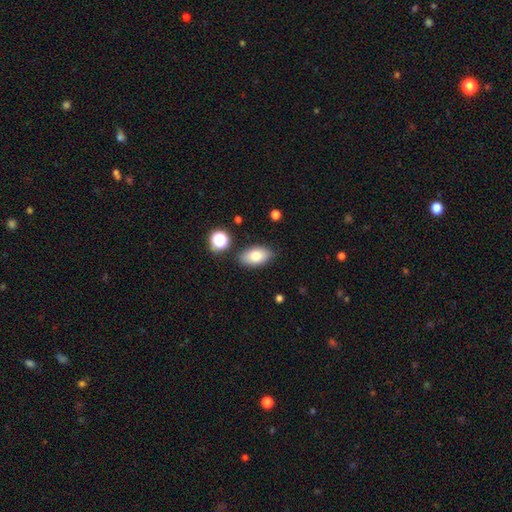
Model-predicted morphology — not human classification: Smooth or featured?
  - smooth: 78% *
  - featured or disk: 13%
  - star or artifact: 9%
How rounded?
  - in between: 91% *
  - round: 7%
  - cigar-shaped: 2%
Merging?
  - none: 83% *
  - minor disturbance: 11%
  - merger: 3%
  - major disturbance: 3%